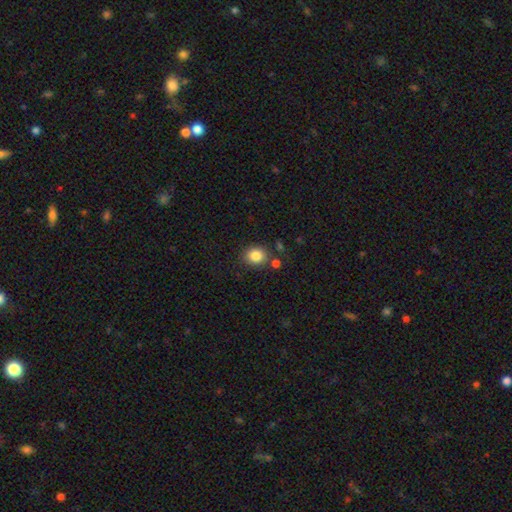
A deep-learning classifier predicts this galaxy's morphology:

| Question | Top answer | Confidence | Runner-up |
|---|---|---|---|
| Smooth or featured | smooth | 85% | star or artifact (10%) |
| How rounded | round | 74% | in between (25%) |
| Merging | none | 78% | minor disturbance (11%) |